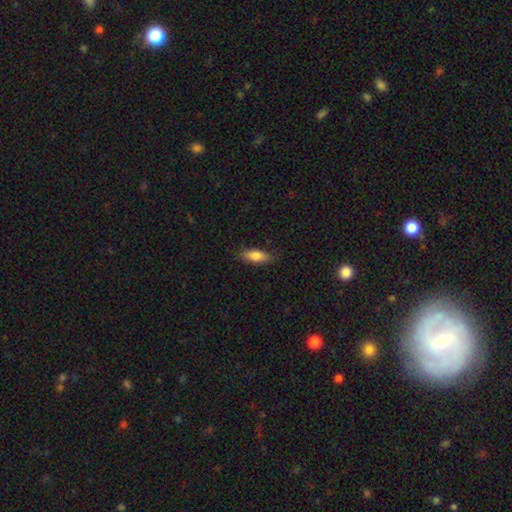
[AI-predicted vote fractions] This appears to be a smooth galaxy with no disk features (81%) that is in between round and cigar-shaped (75%). Merging: none (82%).